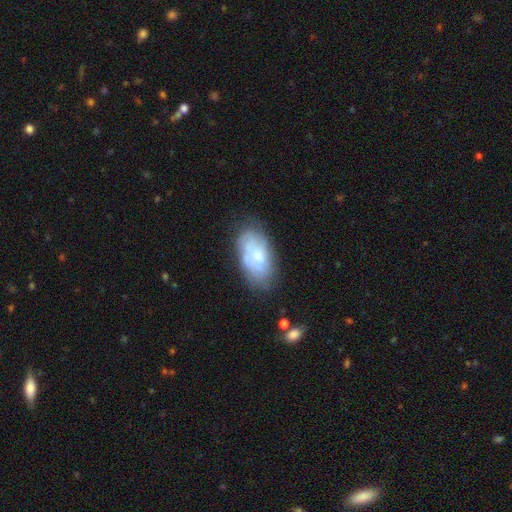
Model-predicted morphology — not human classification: type=smooth (48%); merging=none (66%).